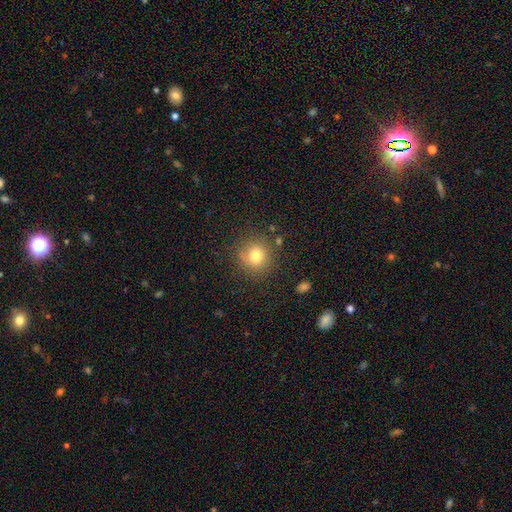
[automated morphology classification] smooth 78%, star or artifact 12%, featured or disk 11%. Down the decision tree: how rounded — round (88%); merging — none (79%).